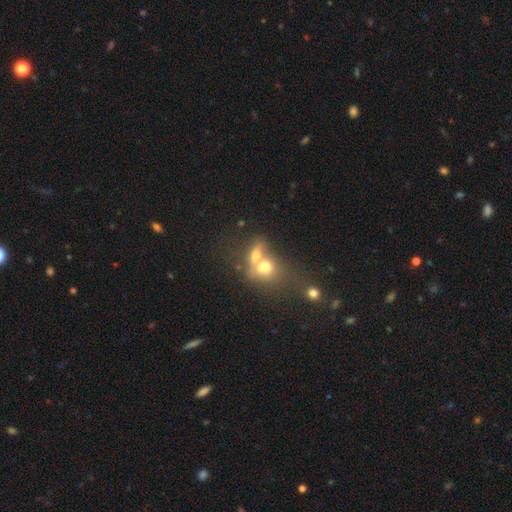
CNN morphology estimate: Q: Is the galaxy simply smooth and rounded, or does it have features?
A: smooth — 65%.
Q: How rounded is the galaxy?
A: in between — 57%.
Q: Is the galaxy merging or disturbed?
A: merger — 67%.